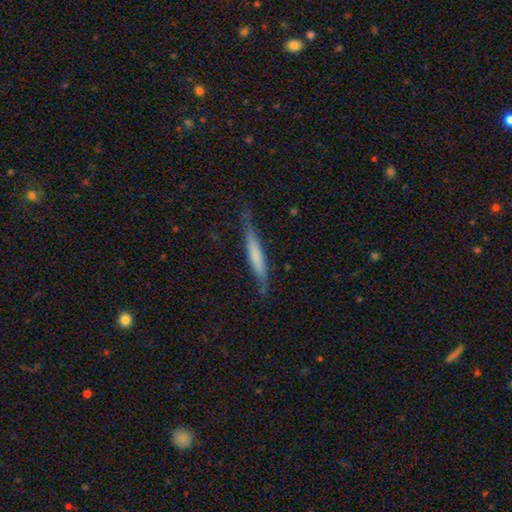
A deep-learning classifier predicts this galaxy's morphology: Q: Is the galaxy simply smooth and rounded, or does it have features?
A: smooth — 57%.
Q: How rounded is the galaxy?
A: cigar-shaped — 93%.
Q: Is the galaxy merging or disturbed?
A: none — 72%.